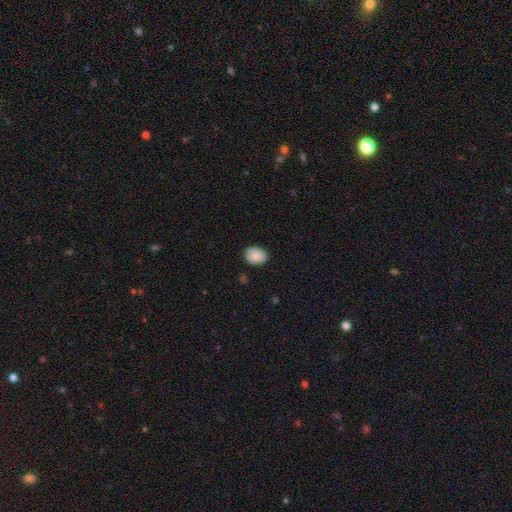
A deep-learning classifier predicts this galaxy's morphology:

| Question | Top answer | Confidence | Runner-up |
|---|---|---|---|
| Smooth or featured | smooth | 83% | featured or disk (10%) |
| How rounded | in between | 65% | round (34%) |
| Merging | none | 78% | minor disturbance (18%) |